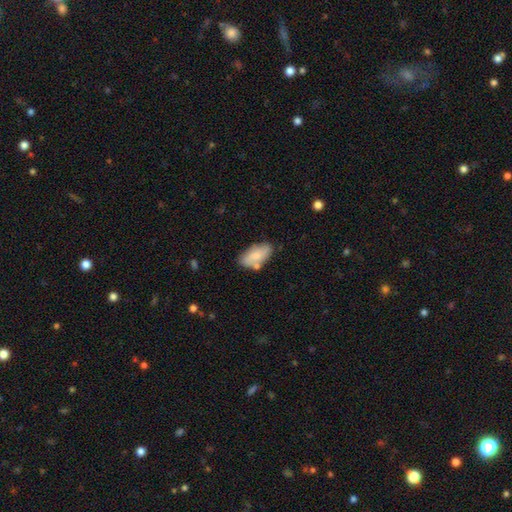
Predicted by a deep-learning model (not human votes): This is likely a smooth galaxy (73%). How rounded: clearly in between (92%). Merging: likely none (66%).